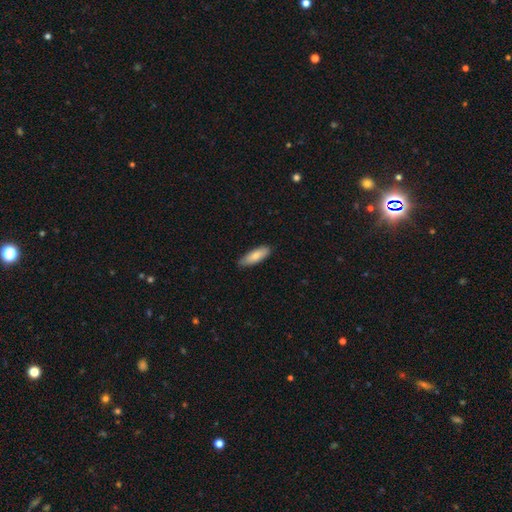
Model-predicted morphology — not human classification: Smooth or featured: smooth — 80% (featured or disk — 14%)
How rounded: in between — 58% (cigar-shaped — 40%)
Merging: none — 83% (minor disturbance — 14%)